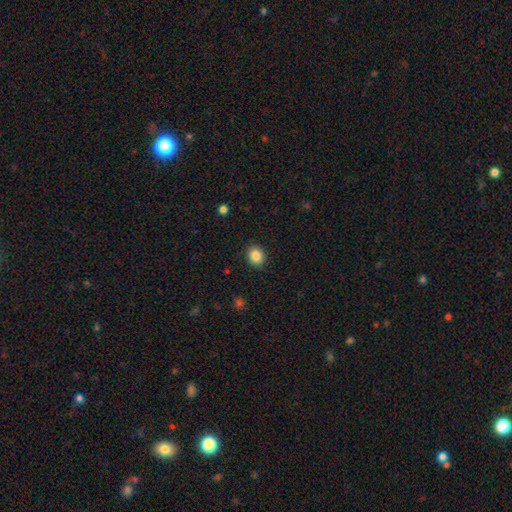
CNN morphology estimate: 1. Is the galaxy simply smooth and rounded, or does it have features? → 86% smooth, 9% star or artifact, 5% featured or disk.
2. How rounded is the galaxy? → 61% round, 38% in between, 1% cigar-shaped.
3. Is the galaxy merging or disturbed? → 89% none, 8% minor disturbance, 2% major disturbance, 1% merger.